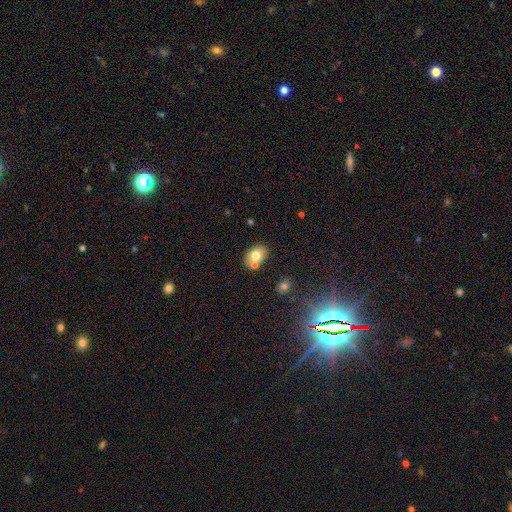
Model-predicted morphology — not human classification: Overall: smooth (72%). How rounded: in between (68%; round 31%). Merging: none (60%; merger 24%).